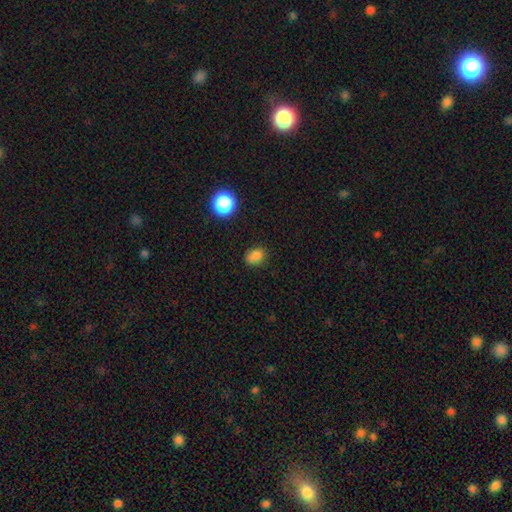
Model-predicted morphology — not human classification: smooth_or_featured: smooth (p=0.81) [alt: star or artifact p=0.15]
how_rounded: in between (p=0.67) [alt: round p=0.32]
merging: none (p=0.76) [alt: minor disturbance p=0.18]